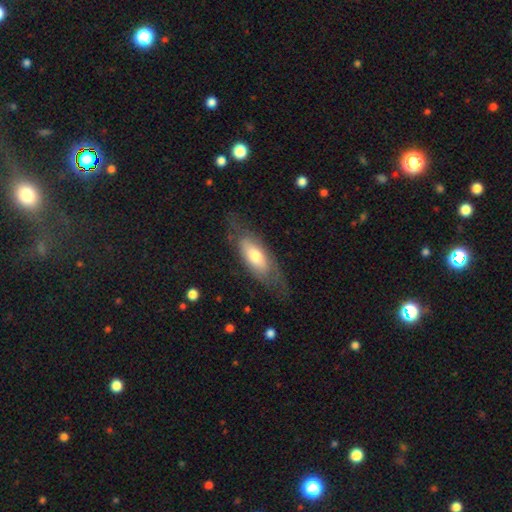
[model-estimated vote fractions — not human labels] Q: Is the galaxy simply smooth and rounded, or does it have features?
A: smooth — 54%.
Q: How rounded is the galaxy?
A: in between — 74%.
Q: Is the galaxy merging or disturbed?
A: none — 63%.